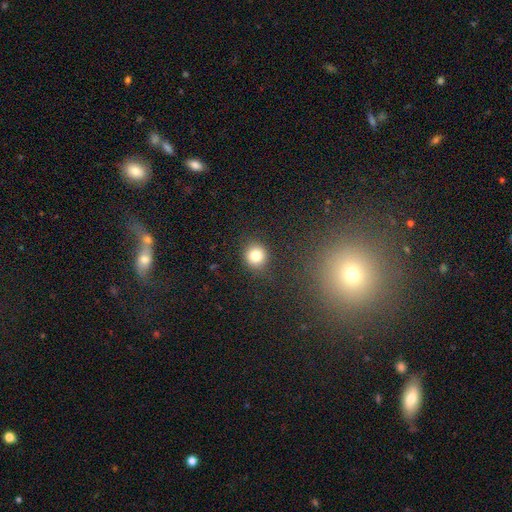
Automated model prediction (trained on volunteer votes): smooth_or_featured: smooth (p=0.81) [alt: star or artifact p=0.12]
how_rounded: round (p=0.88) [alt: in between p=0.11]
merging: none (p=0.88) [alt: minor disturbance p=0.08]